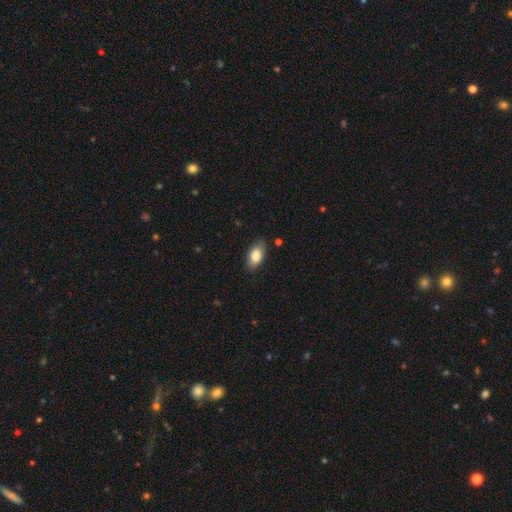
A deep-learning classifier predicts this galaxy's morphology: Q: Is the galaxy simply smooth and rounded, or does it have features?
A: smooth — 84%.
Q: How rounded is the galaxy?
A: in between — 91%.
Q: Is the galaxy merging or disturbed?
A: none — 84%.